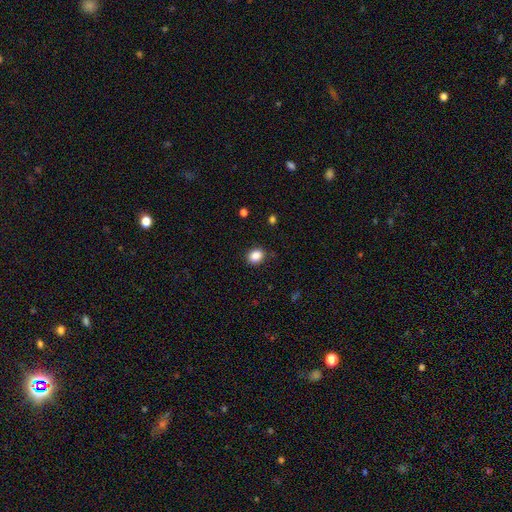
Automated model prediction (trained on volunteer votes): A smooth galaxy with no disk features (87%) that is round (58%). Merging: none (87%).